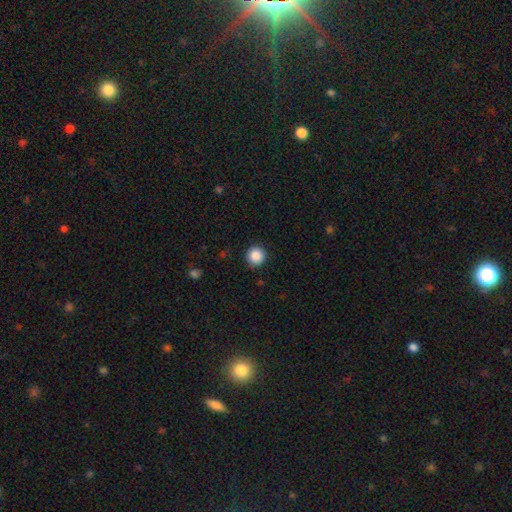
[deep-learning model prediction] A smooth galaxy with no disk features (88%) that is round (94%).

Vote fractions:
- Smooth or featured? smooth: 88% / star or artifact: 9% / featured or disk: 3%
- How rounded? round: 94% / in between: 5% / cigar-shaped: 1%
- Merging? none: 90% / minor disturbance: 7% / major disturbance: 2% / merger: 1%